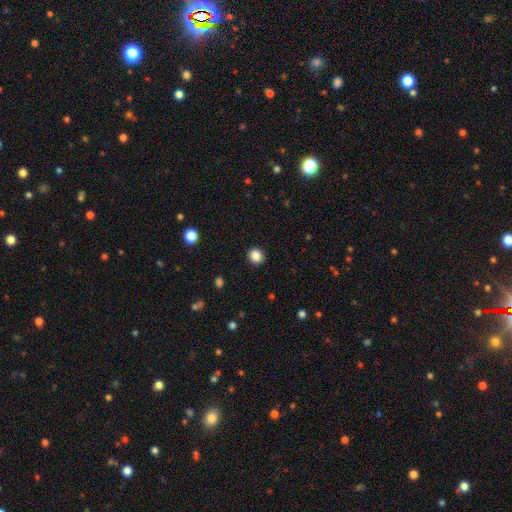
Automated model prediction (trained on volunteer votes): Smooth or featured: smooth — 87% (star or artifact — 10%)
How rounded: round — 82% (in between — 17%)
Merging: none — 91% (minor disturbance — 6%)